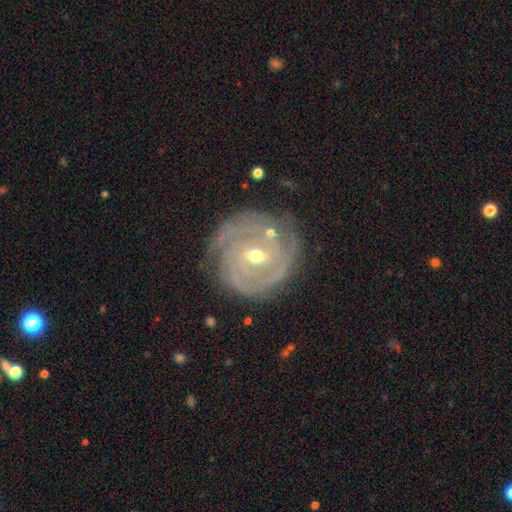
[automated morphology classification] Smooth or featured? Predicted: featured or disk (p=0.86). Edge-on disk? Predicted: no (p=0.97). Bar? Predicted: weak (p=0.51). Spiral arms? Predicted: yes (p=0.94). Spiral winding? Predicted: tight (p=0.79). Spiral arm count? Predicted: can't tell (p=0.31). Bulge size? Predicted: moderate (p=0.58). Merging? Predicted: none (p=0.74).